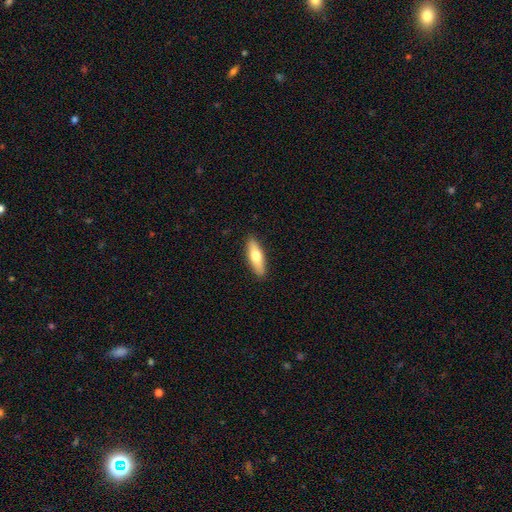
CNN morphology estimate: This is likely a smooth galaxy (64%). How rounded: possibly cigar-shaped (54%). Merging: clearly none (90%).